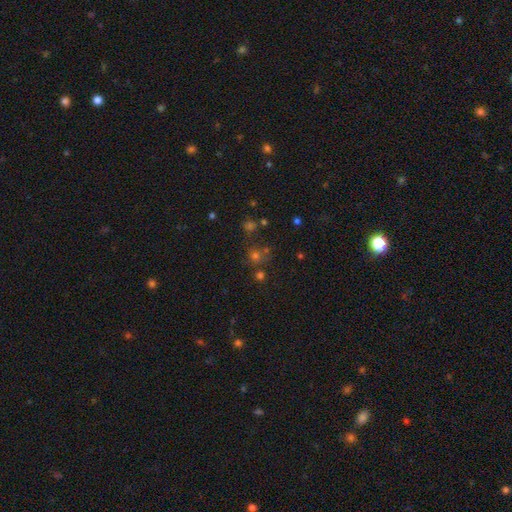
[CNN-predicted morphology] Smooth or featured: smooth — 48% (star or artifact — 43%)
Merging: none — 69% (merger — 17%)